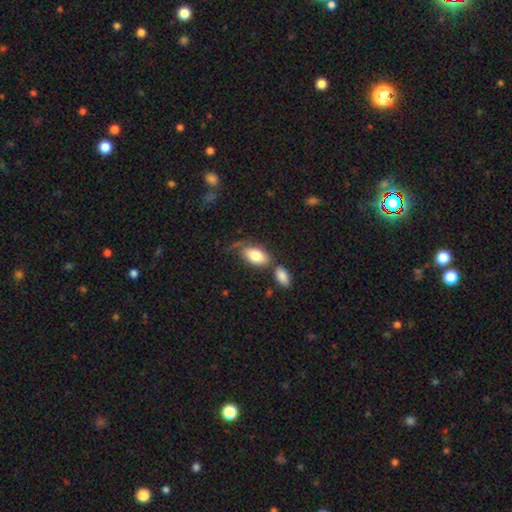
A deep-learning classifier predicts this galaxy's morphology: This is clearly a smooth galaxy (80%). How rounded: clearly in between (93%). Merging: marginally none (44%).